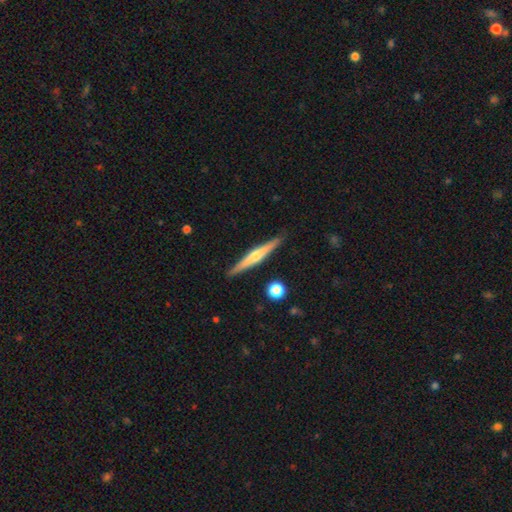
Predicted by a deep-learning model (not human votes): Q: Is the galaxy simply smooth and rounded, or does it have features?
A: featured or disk — 67%.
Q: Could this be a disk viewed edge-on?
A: yes — 98%.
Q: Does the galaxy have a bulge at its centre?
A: rounded — 79%.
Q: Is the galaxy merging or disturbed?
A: none — 90%.